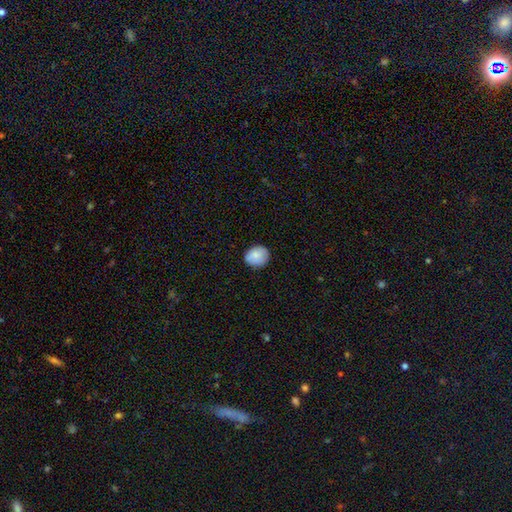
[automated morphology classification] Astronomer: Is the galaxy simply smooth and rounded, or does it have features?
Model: smooth — 84%.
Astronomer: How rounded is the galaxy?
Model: round — 65%.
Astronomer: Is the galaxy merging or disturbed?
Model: none — 82%.